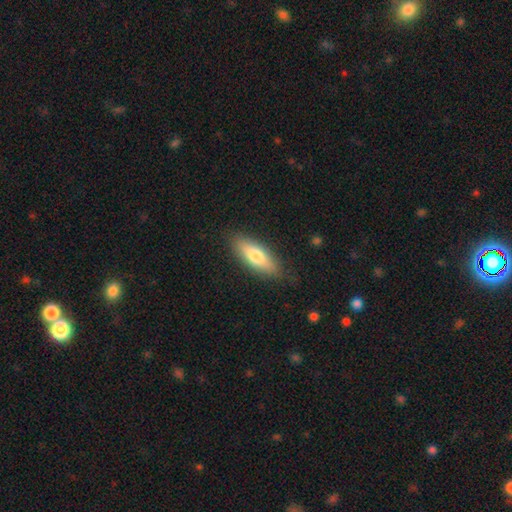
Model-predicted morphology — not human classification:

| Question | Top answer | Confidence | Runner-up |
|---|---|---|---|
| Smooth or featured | smooth | 74% | featured or disk (20%) |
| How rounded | in between | 62% | cigar-shaped (36%) |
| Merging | none | 84% | minor disturbance (12%) |